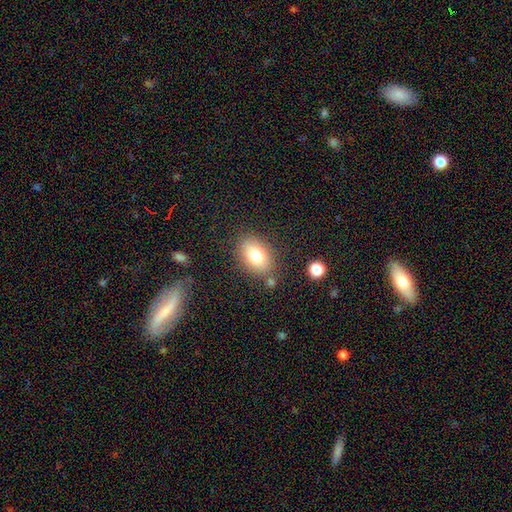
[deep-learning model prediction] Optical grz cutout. It shows a smooth galaxy with no disk features (79%) that is in between round and cigar-shaped (79%). Merging: none (79%).